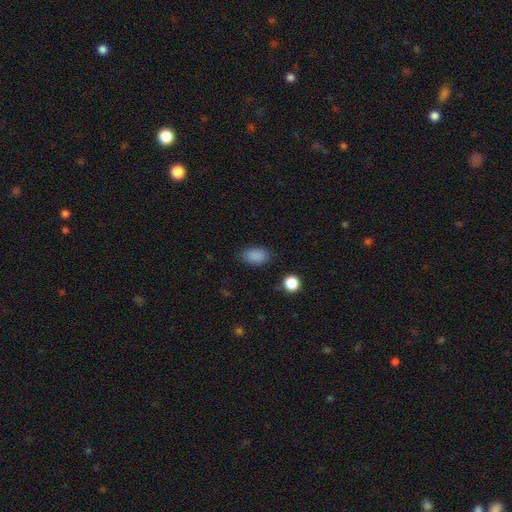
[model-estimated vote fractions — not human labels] Smooth or featured: smooth — 86% (star or artifact — 10%)
How rounded: in between — 87% (round — 11%)
Merging: none — 82% (minor disturbance — 13%)